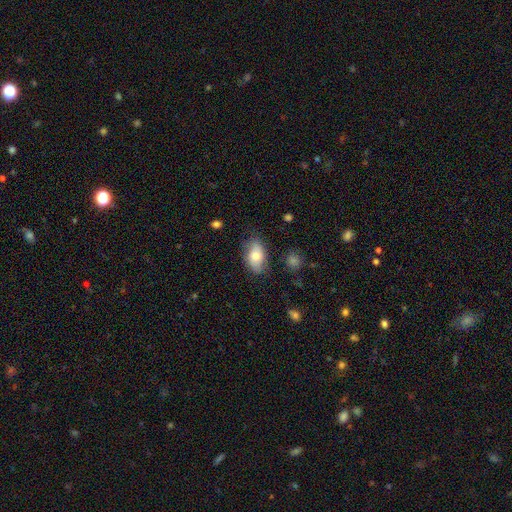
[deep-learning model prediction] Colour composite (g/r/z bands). It shows a smooth galaxy with no disk features (74%) that is in between round and cigar-shaped (92%). Merging: none (74%).